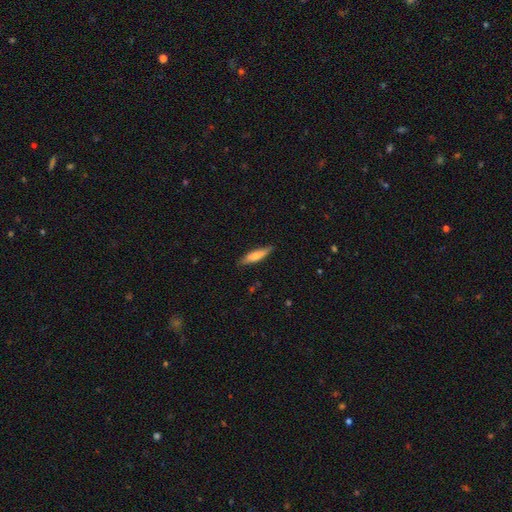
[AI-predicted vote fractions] smooth 66%, featured or disk 28%, star or artifact 6%. Down the decision tree: how rounded — cigar-shaped (75%); merging — none (84%).